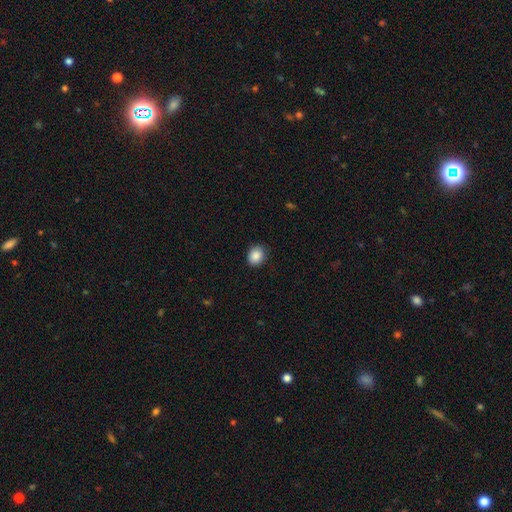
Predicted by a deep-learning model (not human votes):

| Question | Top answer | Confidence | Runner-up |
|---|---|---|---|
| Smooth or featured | smooth | 88% | star or artifact (9%) |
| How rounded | round | 59% | in between (40%) |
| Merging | none | 87% | minor disturbance (10%) |